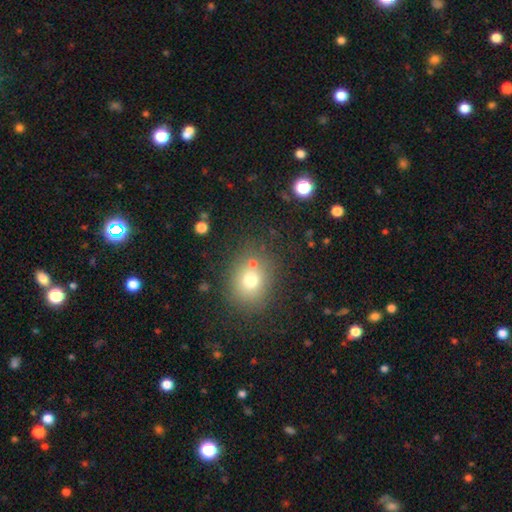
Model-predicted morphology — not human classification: This appears to be a smooth galaxy with no disk features (62%) that is round (68%). Merging: none (80%).